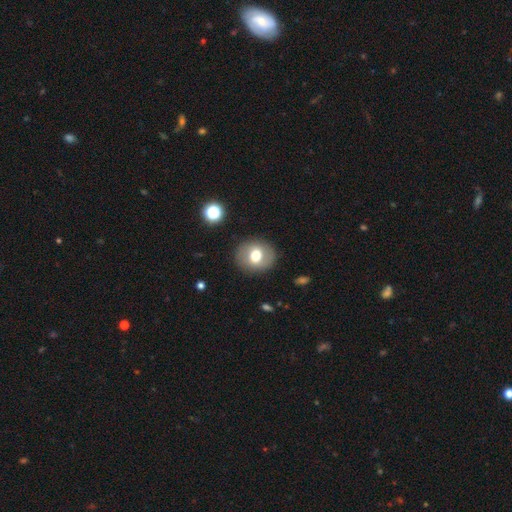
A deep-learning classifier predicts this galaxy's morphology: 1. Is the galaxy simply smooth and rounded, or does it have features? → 66% smooth, 25% featured or disk, 9% star or artifact.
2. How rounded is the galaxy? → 77% round, 22% in between, 1% cigar-shaped.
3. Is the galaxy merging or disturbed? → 87% none, 8% minor disturbance, 3% major disturbance, 1% merger.